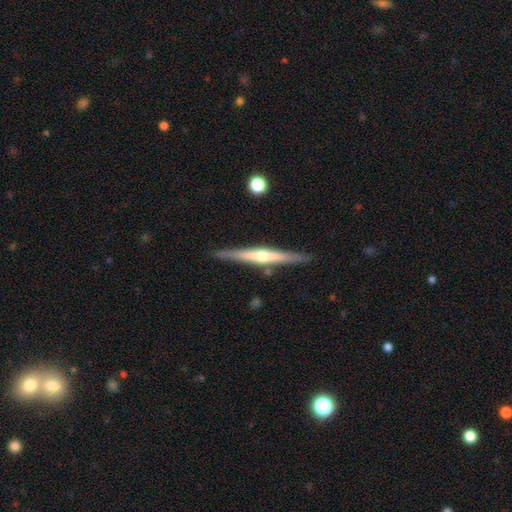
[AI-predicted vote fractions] Smooth or featured: featured or disk — 75% (smooth — 19%)
Edge-on disk: yes — 98% (no — 2%)
Edge-on bulge: rounded — 81% (none — 13%)
Merging: none — 89% (minor disturbance — 7%)